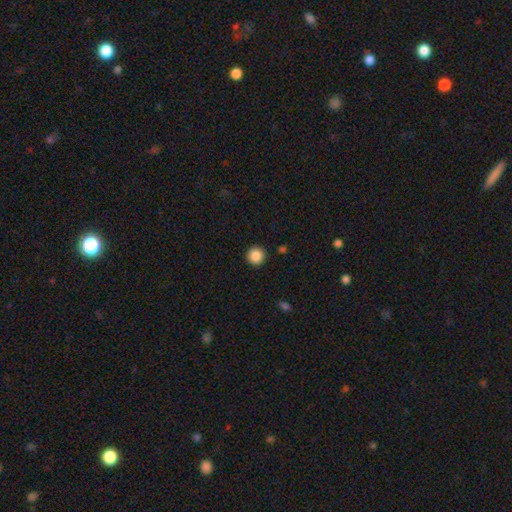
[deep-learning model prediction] Overall: smooth (87%). How rounded: round (95%). Merging: none (92%).